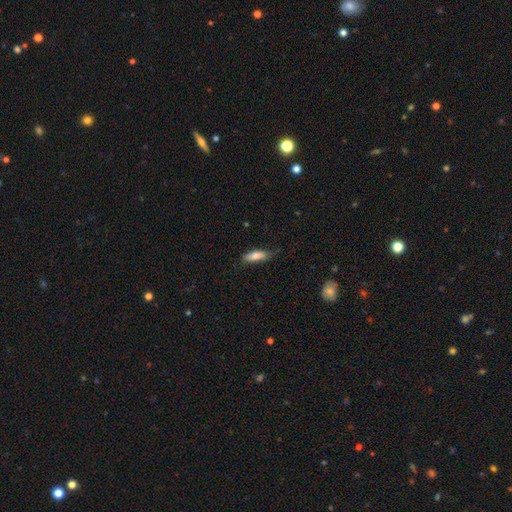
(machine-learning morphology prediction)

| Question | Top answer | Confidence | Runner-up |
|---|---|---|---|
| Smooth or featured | smooth | 77% | featured or disk (17%) |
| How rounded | cigar-shaped | 49% | tied: in between (49%) |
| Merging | none | 69% | minor disturbance (25%) |